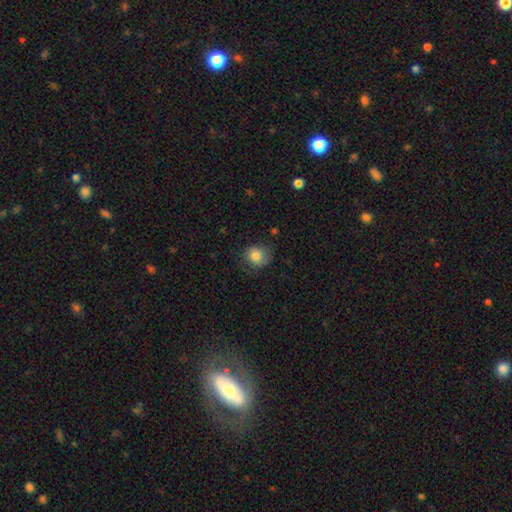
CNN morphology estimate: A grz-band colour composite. It shows a smooth galaxy with no disk features (83%) that is round (79%). Merging: none (71%).